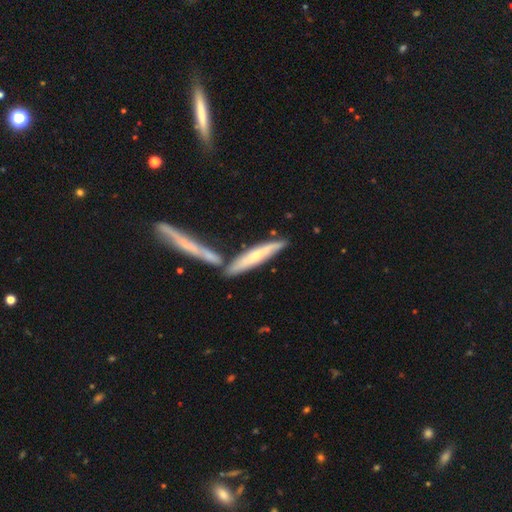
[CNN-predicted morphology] Smooth or featured: featured or disk — 49% (smooth — 45%)
Merging: none — 59% (merger — 25%)